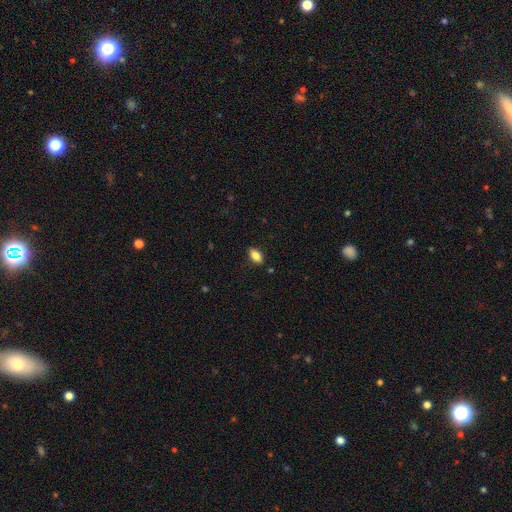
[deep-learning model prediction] smooth_or_featured: smooth (p=0.83) [alt: featured or disk p=0.09]
how_rounded: in between (p=0.88) [alt: cigar-shaped p=0.08]
merging: none (p=0.86) [alt: minor disturbance p=0.10]